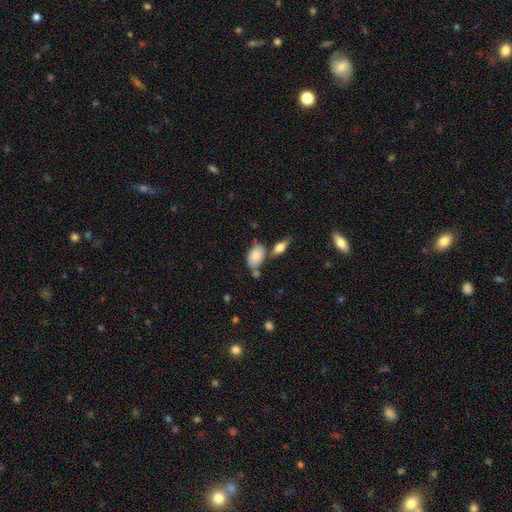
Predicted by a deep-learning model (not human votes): A smooth galaxy with no disk features (82%) that is in between round and cigar-shaped (91%).

Vote fractions:
- Smooth or featured? smooth: 82% / featured or disk: 11% / star or artifact: 7%
- How rounded? in between: 91% / round: 7% / cigar-shaped: 2%
- Merging? none: 55% / merger: 22% / minor disturbance: 18% / major disturbance: 5%